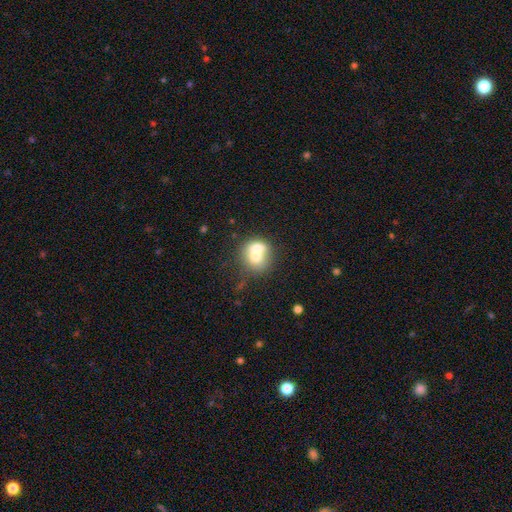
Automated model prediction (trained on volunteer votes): The model was most divided on "merging": merger: 63%, none: 26%, minor disturbance: 7%, major disturbance: 3%. More confident: how rounded — round (74%); smooth or featured — smooth (65%).